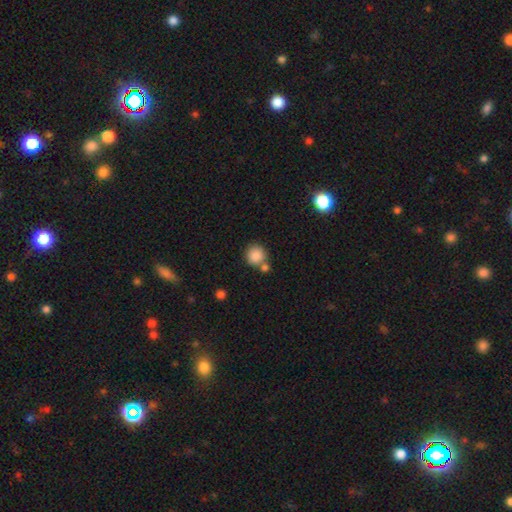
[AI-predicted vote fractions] smooth-or-featured: smooth: 86% | star or artifact: 9% | featured or disk: 5%
  how-rounded: round: 91% | in between: 8% | cigar-shaped: 1%
  merging: none: 65% | merger: 22% | minor disturbance: 10% | major disturbance: 3%